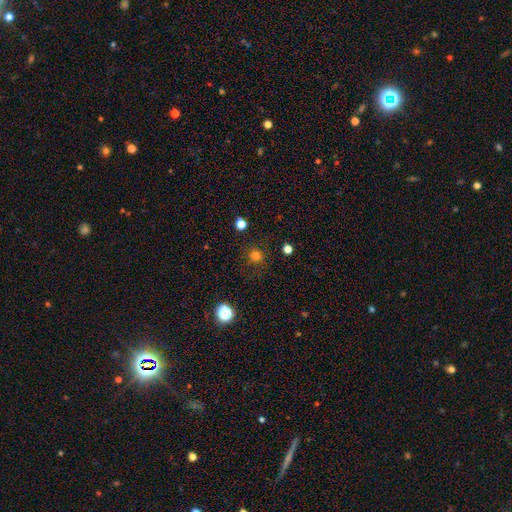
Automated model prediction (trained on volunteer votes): Q: Smooth or featured?
A: smooth (76%); runner-up: star or artifact (19%)
Q: How rounded?
A: round (93%); runner-up: in between (6%)
Q: Merging?
A: none (84%); runner-up: minor disturbance (10%)